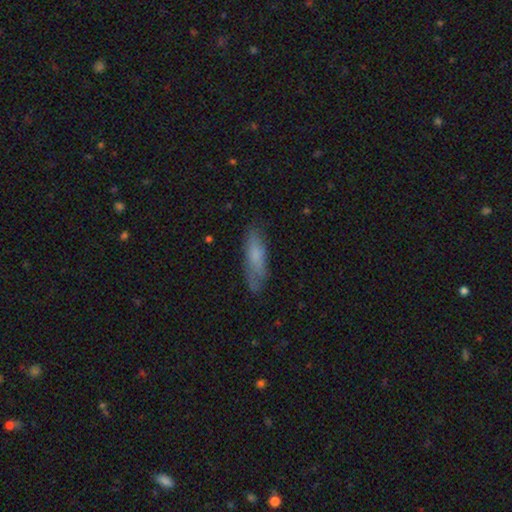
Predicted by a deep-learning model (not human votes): The model was most divided on "how rounded": cigar-shaped: 61%, in between: 37%, round: 2%. More confident: merging — none (71%); smooth or featured — smooth (70%).